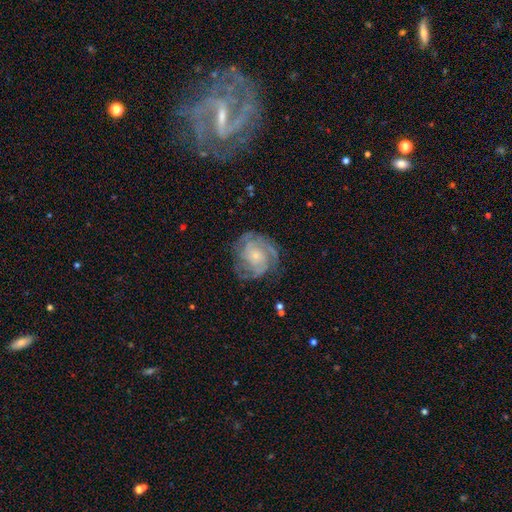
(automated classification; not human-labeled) Smooth or featured? Predicted: featured or disk (p=0.84). Edge-on disk? Predicted: no (p=0.98). Bar? Predicted: no (p=0.77). Spiral arms? Predicted: yes (p=0.95). Spiral winding? Predicted: tight (p=0.64). Spiral arm count? Predicted: can't tell (p=0.28). Bulge size? Predicted: small (p=0.73). Merging? Predicted: none (p=0.72).